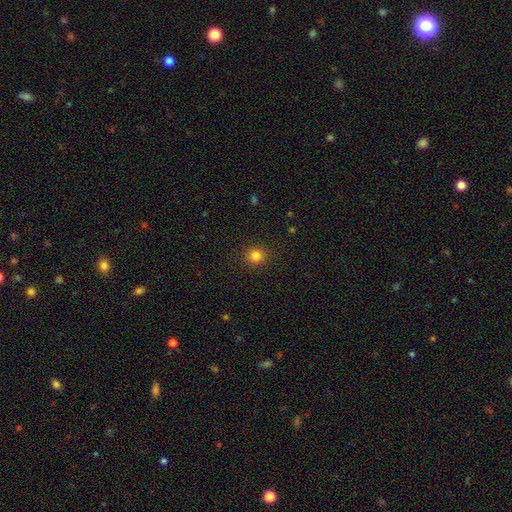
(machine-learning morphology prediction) smooth-or-featured: smooth: 83% | star or artifact: 13% | featured or disk: 4%
  how-rounded: round: 87% | in between: 12% | cigar-shaped: 1%
  merging: none: 89% | minor disturbance: 7% | major disturbance: 3% | merger: 1%